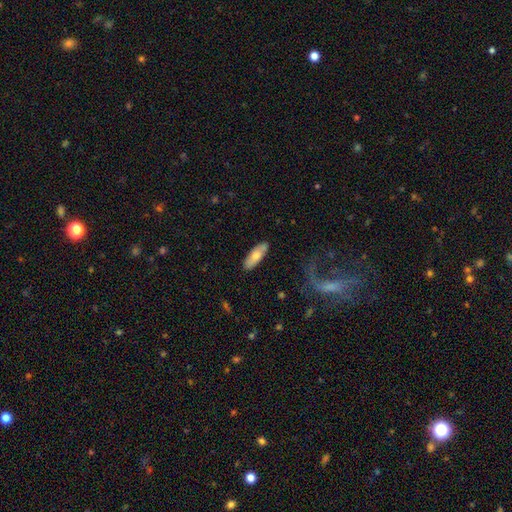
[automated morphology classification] smooth 66%, featured or disk 28%, star or artifact 6%. Down the decision tree: how rounded — in between (65%); merging — none (85%).